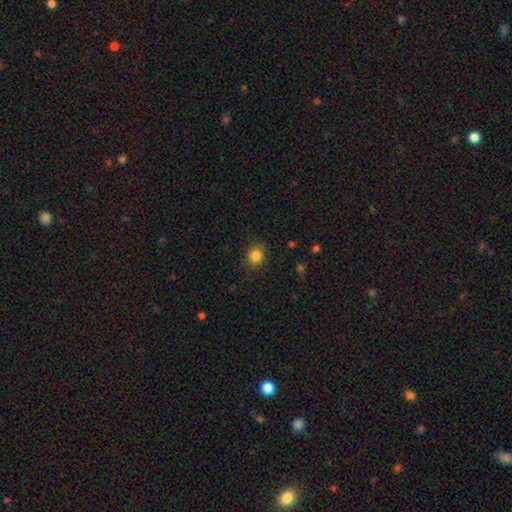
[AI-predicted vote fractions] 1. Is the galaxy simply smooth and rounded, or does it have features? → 84% smooth, 11% star or artifact, 5% featured or disk.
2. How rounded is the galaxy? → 81% round, 18% in between, 1% cigar-shaped.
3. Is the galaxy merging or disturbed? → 87% none, 9% minor disturbance, 3% major disturbance, 1% merger.